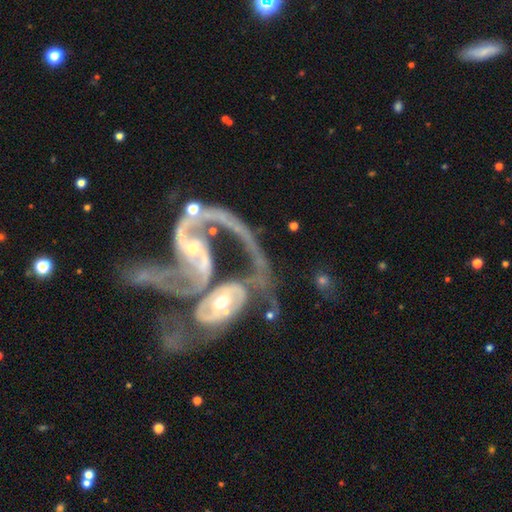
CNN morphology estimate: The model was most divided on "bulge size": small: 51%, moderate: 38%, none: 5%, large: 3%, dominant: 2%. Remaining: edge-on disk — no (97%); spiral arms — yes (90%); smooth or featured — featured or disk (87%); spiral arm count — 2 (73%); merging — merger (67%); spiral winding — loose (52%); bar — no (47%).